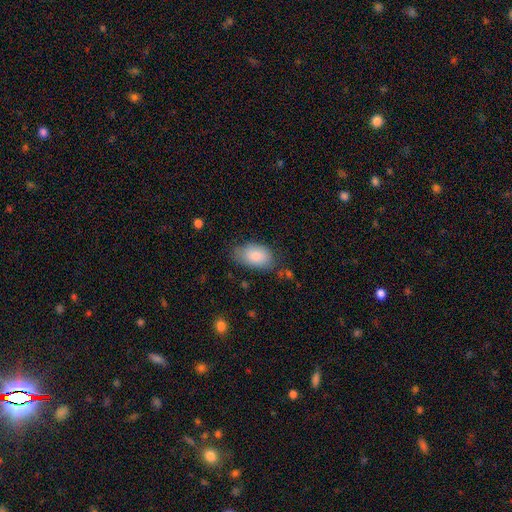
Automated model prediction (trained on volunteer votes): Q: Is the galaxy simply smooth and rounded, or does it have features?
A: smooth — 86%.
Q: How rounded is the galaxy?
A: in between — 92%.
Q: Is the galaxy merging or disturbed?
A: none — 68%.